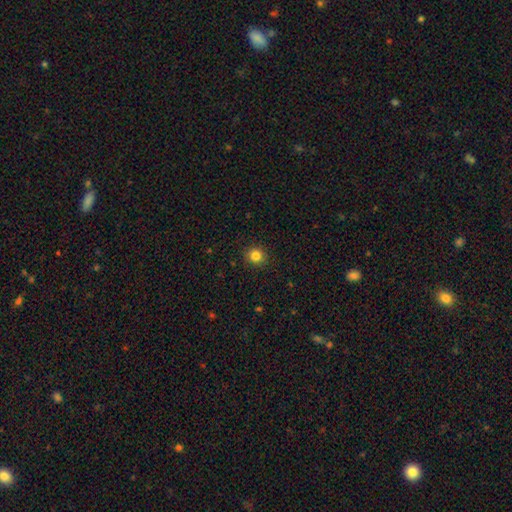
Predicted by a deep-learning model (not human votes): This appears to be a smooth galaxy with no disk features (83%) that is round (86%). Merging: none (90%).